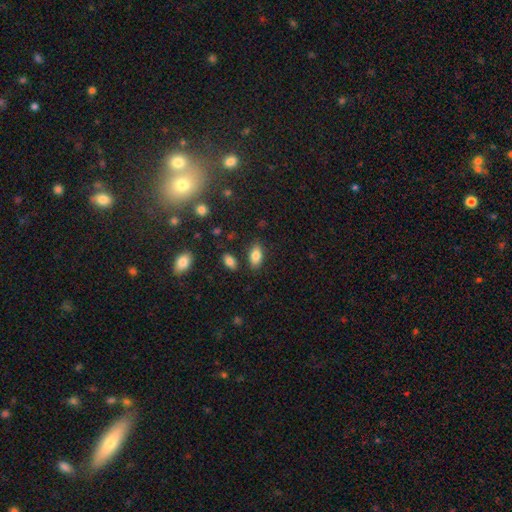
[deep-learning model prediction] A smooth galaxy with no disk features (84%) that is in between round and cigar-shaped (91%).

Vote fractions:
- Smooth or featured? smooth: 84% / featured or disk: 8% / star or artifact: 8%
- How rounded? in between: 91% / cigar-shaped: 6% / round: 4%
- Merging? none: 82% / minor disturbance: 11% / merger: 4% / major disturbance: 3%